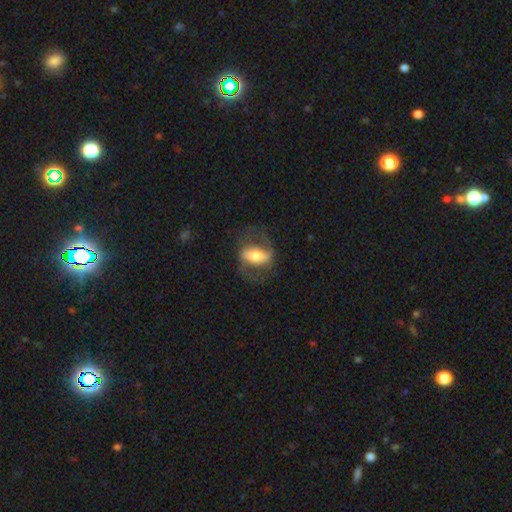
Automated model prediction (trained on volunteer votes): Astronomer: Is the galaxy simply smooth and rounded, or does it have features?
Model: featured or disk — 68%.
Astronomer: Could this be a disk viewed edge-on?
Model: no — 90%.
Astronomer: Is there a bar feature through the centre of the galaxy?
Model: strong — 57%.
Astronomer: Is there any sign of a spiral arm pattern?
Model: yes — 77%.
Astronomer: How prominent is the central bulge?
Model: moderate — 56%.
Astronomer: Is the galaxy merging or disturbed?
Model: none — 67%.